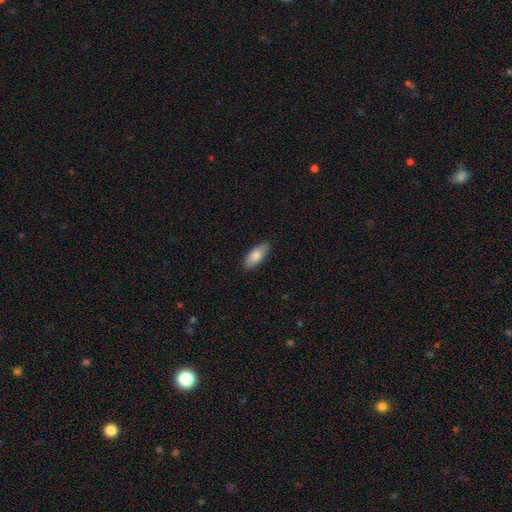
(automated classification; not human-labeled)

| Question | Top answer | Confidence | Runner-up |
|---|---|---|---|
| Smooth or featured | smooth | 84% | featured or disk (11%) |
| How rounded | in between | 81% | cigar-shaped (17%) |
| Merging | none | 87% | minor disturbance (10%) |